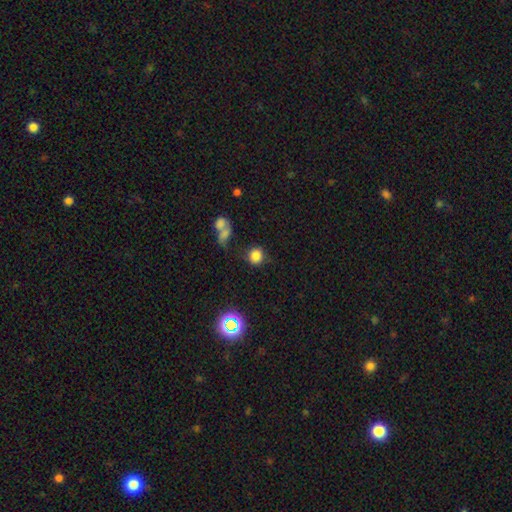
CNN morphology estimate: smooth_or_featured: smooth (p=0.79) [alt: star or artifact p=0.15]
how_rounded: round (p=0.87) [alt: in between p=0.12]
merging: none (p=0.72) [alt: minor disturbance p=0.14]